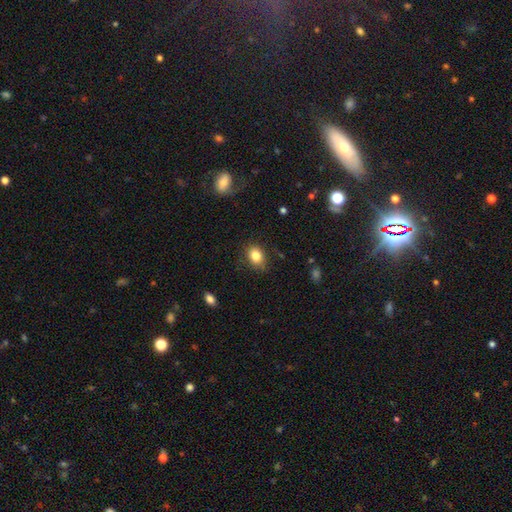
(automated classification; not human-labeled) The model was most divided on "how rounded": in between: 66%, round: 32%, cigar-shaped: 1%. More confident: smooth or featured — smooth (83%); merging — none (80%).